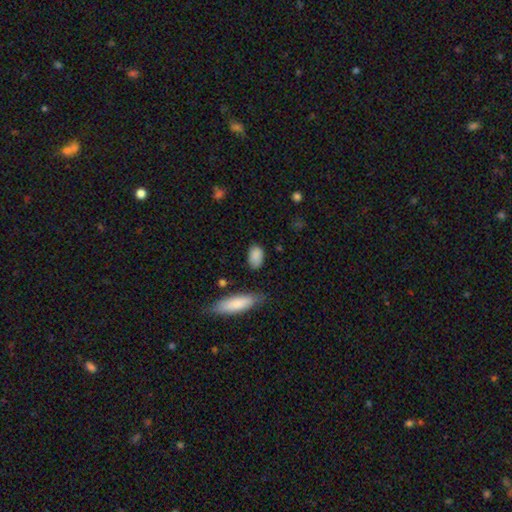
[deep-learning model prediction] Smooth or featured? Predicted: smooth (p=0.87). How rounded? Predicted: in between (p=0.89). Merging? Predicted: none (p=0.75).